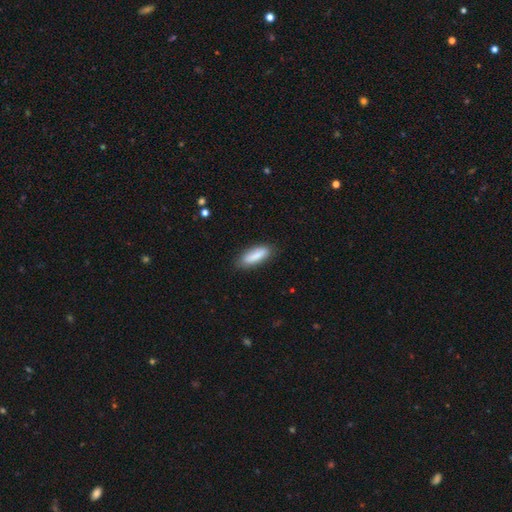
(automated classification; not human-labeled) This is clearly a smooth galaxy (82%). How rounded: possibly in between (53%). Merging: clearly none (81%).